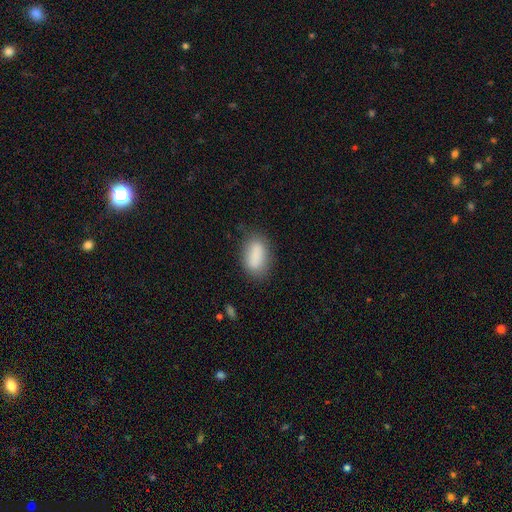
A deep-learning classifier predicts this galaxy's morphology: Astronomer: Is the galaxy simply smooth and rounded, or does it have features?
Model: smooth — 84%.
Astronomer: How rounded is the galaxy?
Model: in between — 88%.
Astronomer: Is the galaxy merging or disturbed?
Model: none — 73%.